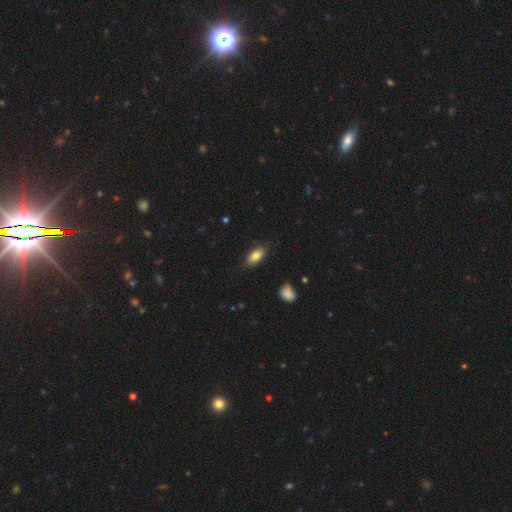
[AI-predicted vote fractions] This appears to be a smooth galaxy with no disk features (81%) that is in between round and cigar-shaped (86%). Merging: none (80%).